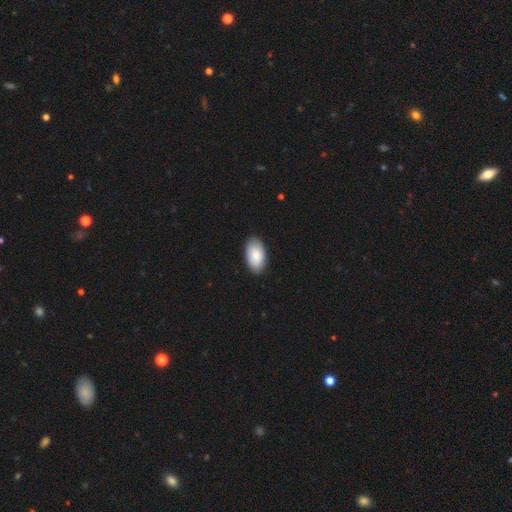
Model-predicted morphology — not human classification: Smooth or featured?
  - smooth: 85% *
  - featured or disk: 9%
  - star or artifact: 6%
How rounded?
  - in between: 96% *
  - round: 3%
  - cigar-shaped: 1%
Merging?
  - none: 87% *
  - minor disturbance: 10%
  - major disturbance: 2%
  - merger: 1%